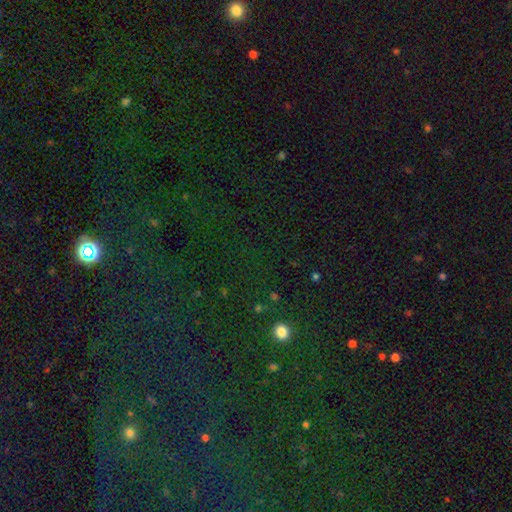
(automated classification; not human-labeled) Smooth or featured? Predicted: star or artifact (p=0.77).